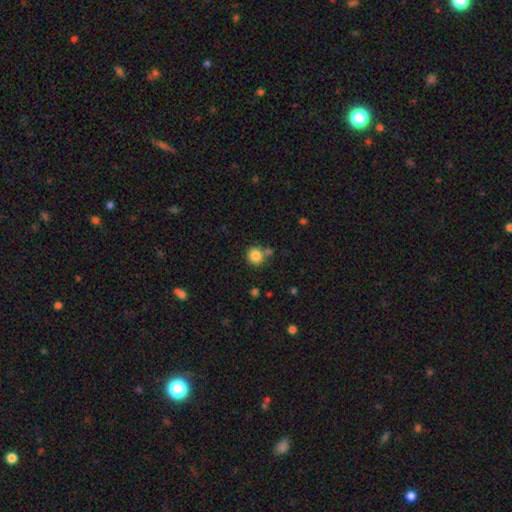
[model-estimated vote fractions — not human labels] Morphology: type=smooth (84%); roundness=round (91%); merging=none (74%).